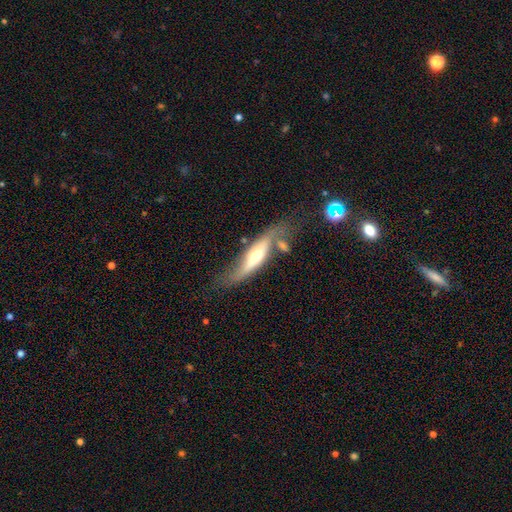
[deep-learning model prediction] A featured or disk galaxy (60%) viewed edge-on (55%).

Vote fractions:
- Smooth or featured? featured or disk: 60% / smooth: 35% / star or artifact: 6%
- Edge-on disk? yes: 55% / no: 45%
- Merging? none: 44% / minor disturbance: 24% / major disturbance: 16% / merger: 15%